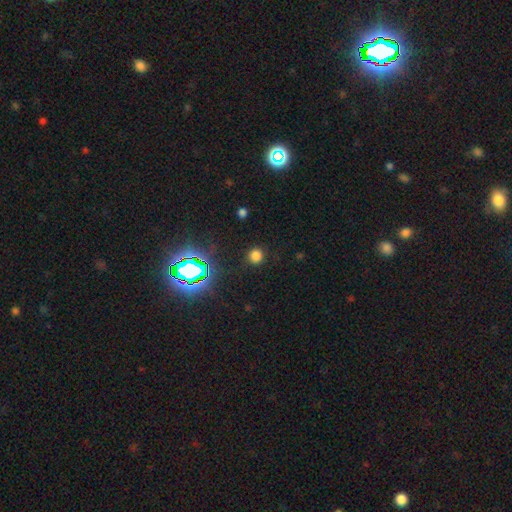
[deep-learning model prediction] Smooth or featured: smooth — 72% (star or artifact — 23%)
How rounded: round — 92% (in between — 7%)
Merging: none — 88% (minor disturbance — 7%)